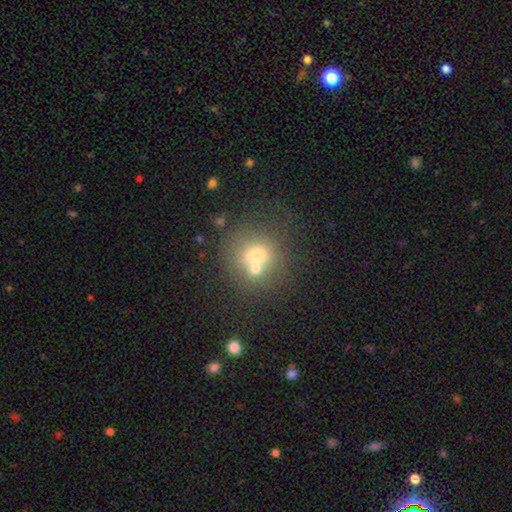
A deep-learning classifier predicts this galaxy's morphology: Q: Smooth or featured?
A: smooth (63%); runner-up: featured or disk (22%)
Q: How rounded?
A: round (83%); runner-up: in between (16%)
Q: Merging?
A: none (46%); runner-up: merger (40%)